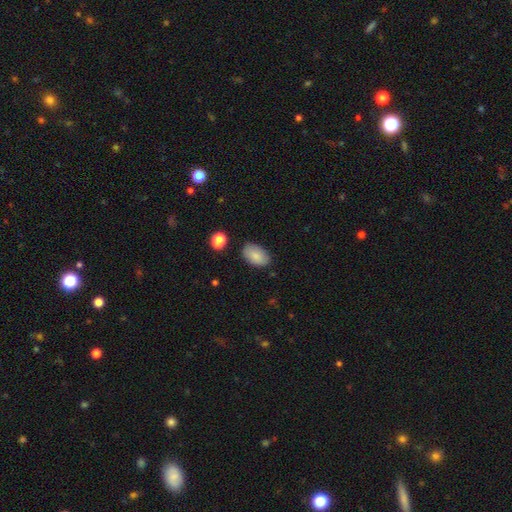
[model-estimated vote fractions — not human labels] This appears to be a smooth galaxy with no disk features (85%) that is in between round and cigar-shaped (91%). Merging: none (79%).